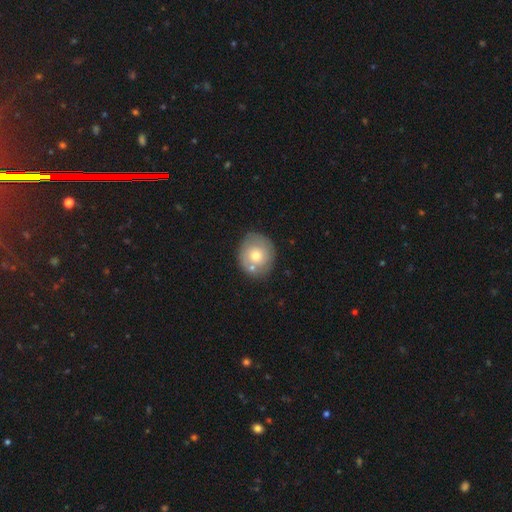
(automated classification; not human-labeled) Morphology: type=smooth (61%); roundness=round (85%); merging=none (70%).